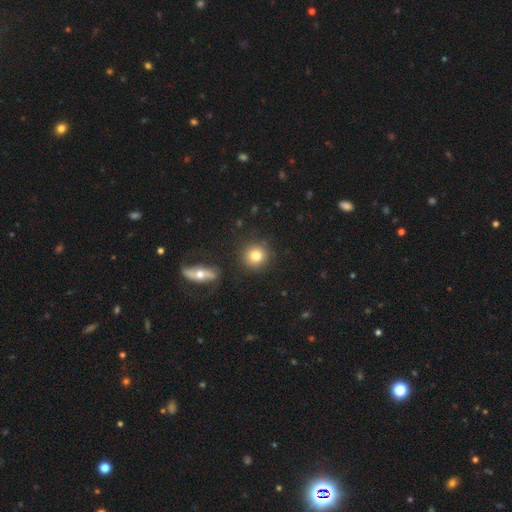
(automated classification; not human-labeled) A smooth galaxy with no disk features (81%) that is round (90%).

Vote fractions:
- Smooth or featured? smooth: 81% / featured or disk: 10% / star or artifact: 9%
- How rounded? round: 90% / in between: 8% / cigar-shaped: 1%
- Merging? none: 86% / minor disturbance: 8% / merger: 4% / major disturbance: 3%